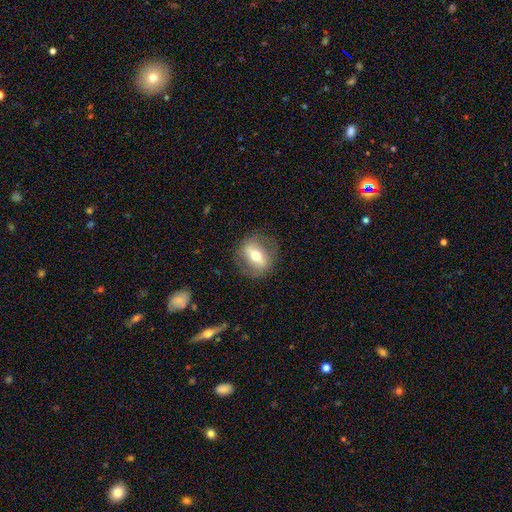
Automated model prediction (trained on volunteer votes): This appears to be a featured or disk galaxy (53%). Merging: none (82%).